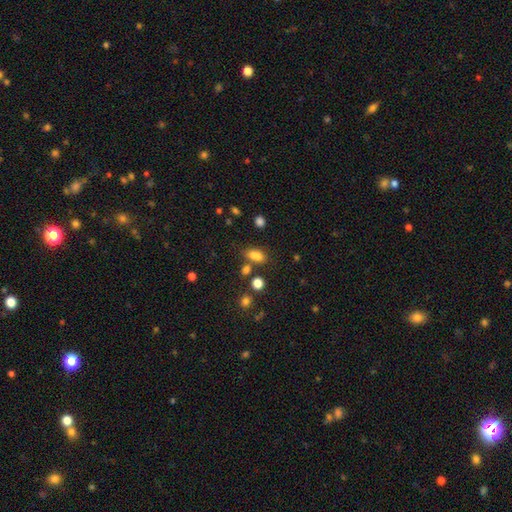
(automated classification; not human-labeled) This appears to be a smooth galaxy with no disk features (78%) that is in between round and cigar-shaped (79%). Merging: none (54%).